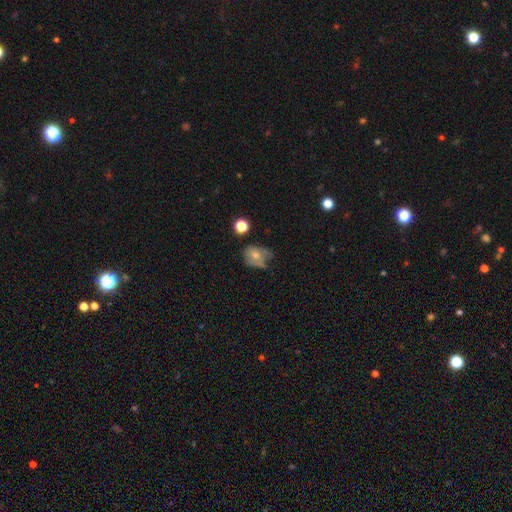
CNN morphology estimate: type=smooth (59%); roundness=in between (52%); merging=none (35%, tied with minor disturbance).